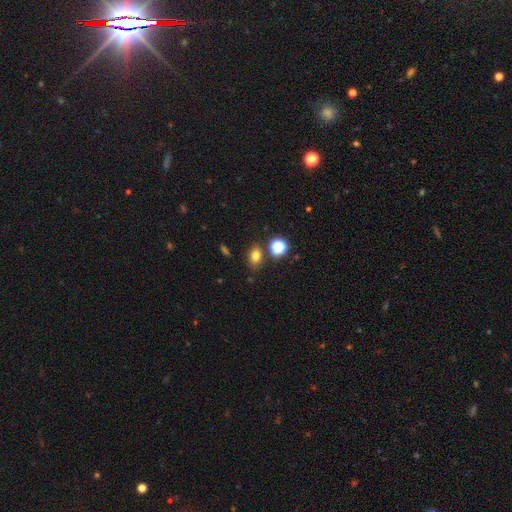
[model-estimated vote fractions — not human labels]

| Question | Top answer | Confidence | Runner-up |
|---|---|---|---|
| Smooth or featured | smooth | 74% | star or artifact (17%) |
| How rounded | in between | 64% | round (34%) |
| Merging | none | 78% | minor disturbance (11%) |